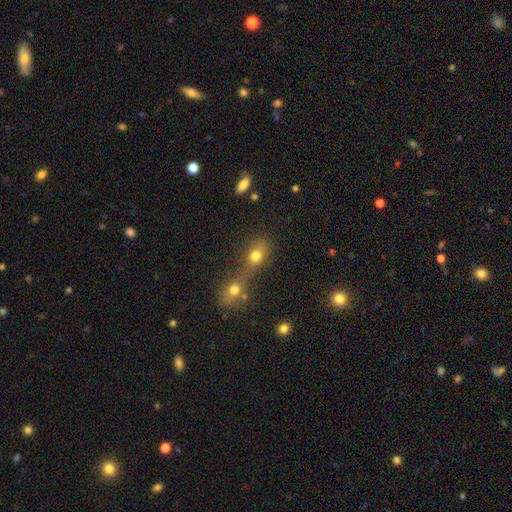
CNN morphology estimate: Overall: smooth (74%). How rounded: in between (51%; round 46%). Merging: merger (55%; none 31%).